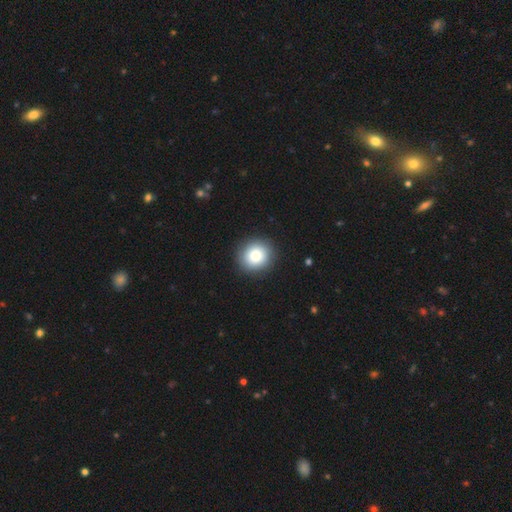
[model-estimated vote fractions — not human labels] smooth 80%, featured or disk 10%, star or artifact 9%. Down the decision tree: how rounded — round (91%); merging — none (90%).